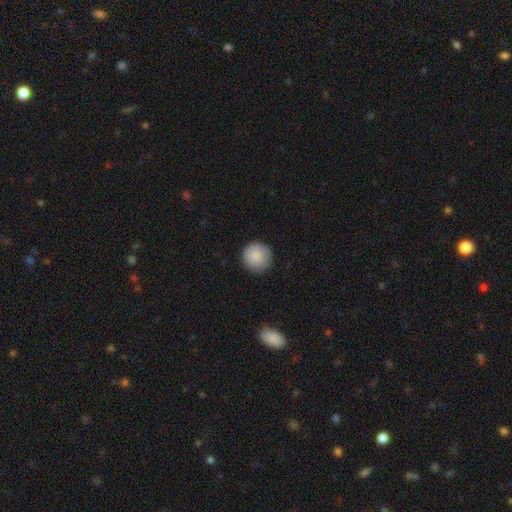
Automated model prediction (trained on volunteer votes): The model was most divided on "smooth or featured": smooth: 88%, star or artifact: 7%, featured or disk: 5%. More confident: how rounded — round (96%); merging — none (90%).